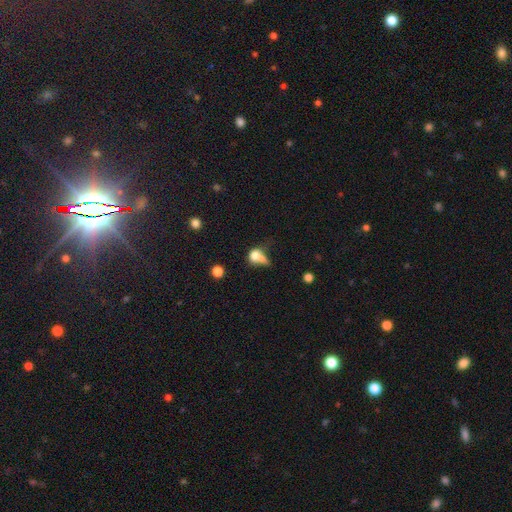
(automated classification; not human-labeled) A smooth galaxy with no disk features (69%) that is round (53%). Merging: merger (44%).